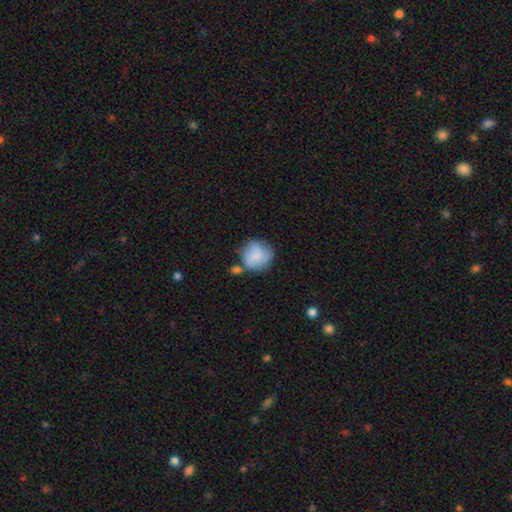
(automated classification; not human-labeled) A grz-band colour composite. It shows a smooth galaxy with no disk features (74%) that is round (85%). Merging: none (50%).